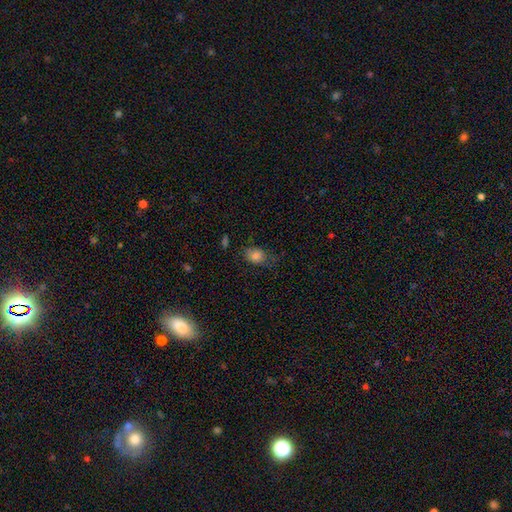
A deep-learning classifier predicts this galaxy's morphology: Smooth or featured? Predicted: smooth (p=0.81). How rounded? Predicted: in between (p=0.65). Merging? Predicted: none (p=0.63).